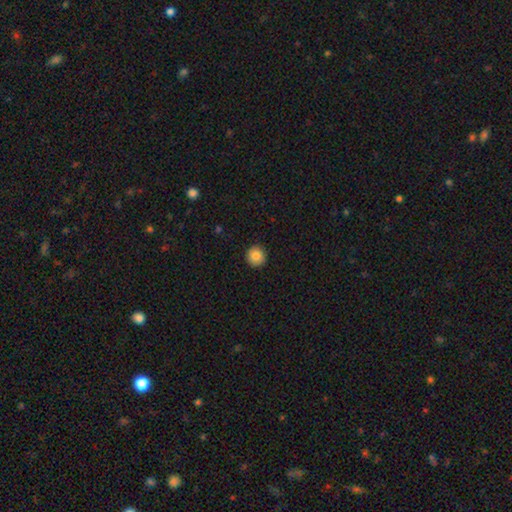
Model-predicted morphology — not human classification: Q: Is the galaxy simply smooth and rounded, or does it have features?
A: smooth — 85%.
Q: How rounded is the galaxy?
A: round — 93%.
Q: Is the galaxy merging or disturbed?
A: none — 91%.